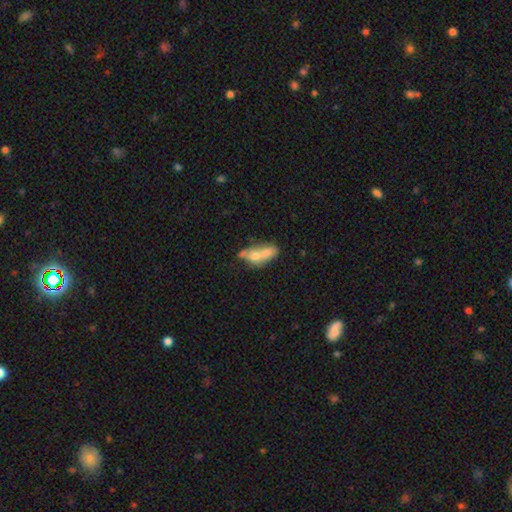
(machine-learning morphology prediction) smooth 55%, featured or disk 36%, star or artifact 9%. Down the decision tree: how rounded — in between (69%); merging — merger (47%).